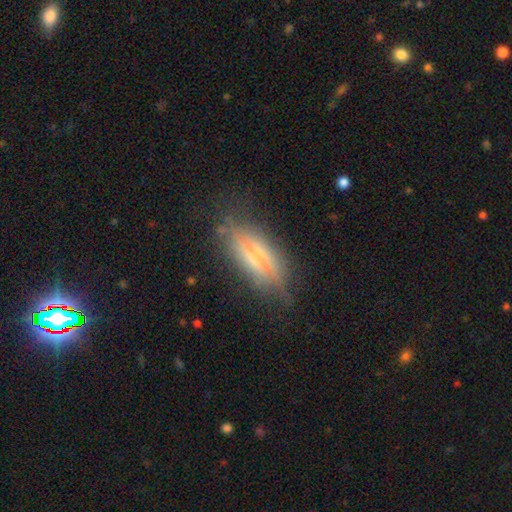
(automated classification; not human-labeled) This appears to be a featured or disk galaxy (49%). Merging: none (59%).